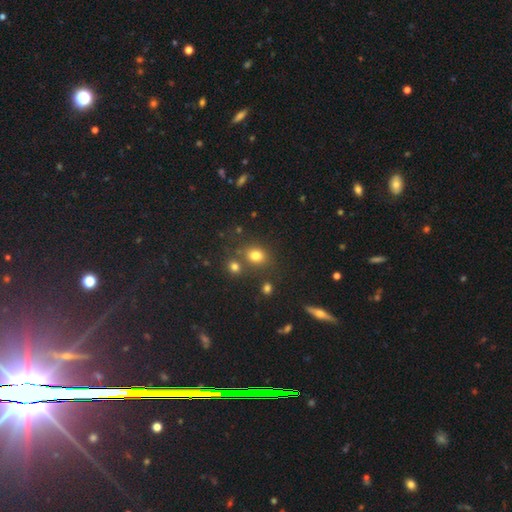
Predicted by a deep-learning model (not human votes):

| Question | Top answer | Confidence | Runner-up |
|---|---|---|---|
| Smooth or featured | smooth | 77% | star or artifact (15%) |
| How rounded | round | 56% | in between (43%) |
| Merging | none | 67% | merger (17%) |